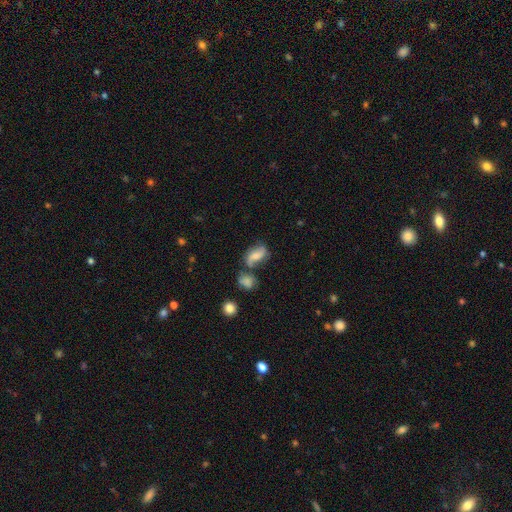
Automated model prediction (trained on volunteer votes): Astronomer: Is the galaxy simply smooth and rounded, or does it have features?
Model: featured or disk — 48% (runner-up: smooth, 42%).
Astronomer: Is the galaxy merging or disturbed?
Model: none — 44% (runner-up: merger, 27%).